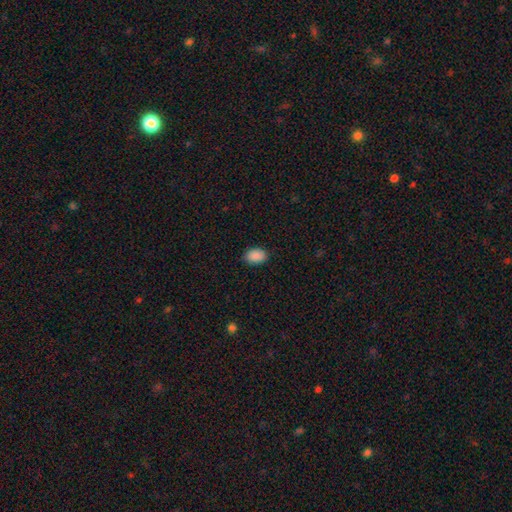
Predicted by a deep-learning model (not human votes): A smooth galaxy with no disk features (90%) that is in between round and cigar-shaped (87%).

Vote fractions:
- Smooth or featured? smooth: 90% / star or artifact: 7% / featured or disk: 3%
- How rounded? in between: 87% / round: 12% / cigar-shaped: 1%
- Merging? none: 88% / minor disturbance: 9% / major disturbance: 2% / merger: 1%